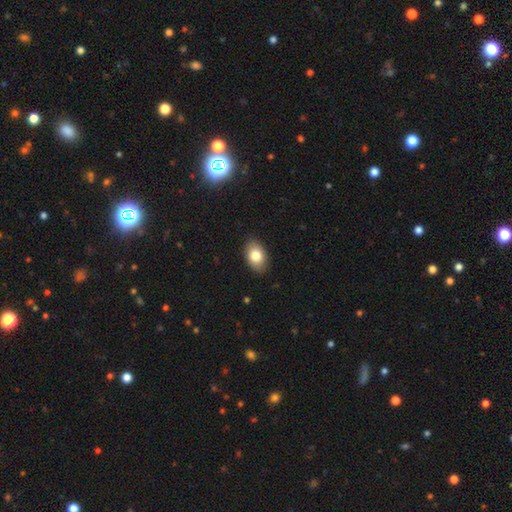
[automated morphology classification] Smooth or featured: smooth — 80% (featured or disk — 12%)
How rounded: in between — 89% (round — 10%)
Merging: none — 88% (minor disturbance — 9%)